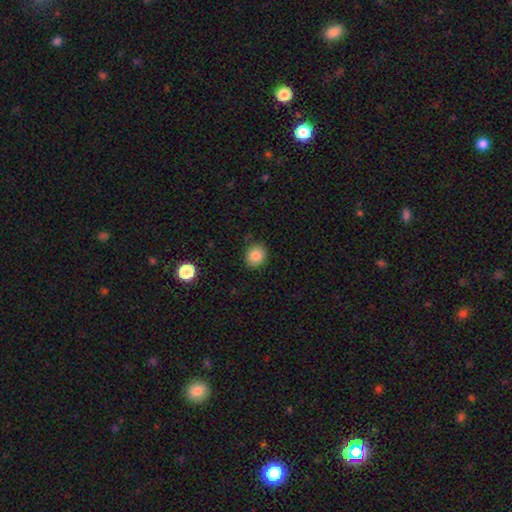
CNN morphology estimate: Smooth or featured?
  - smooth: 83% *
  - star or artifact: 10%
  - featured or disk: 7%
How rounded?
  - round: 73% *
  - in between: 26%
  - cigar-shaped: 1%
Merging?
  - none: 87% *
  - minor disturbance: 10%
  - major disturbance: 2%
  - merger: 1%